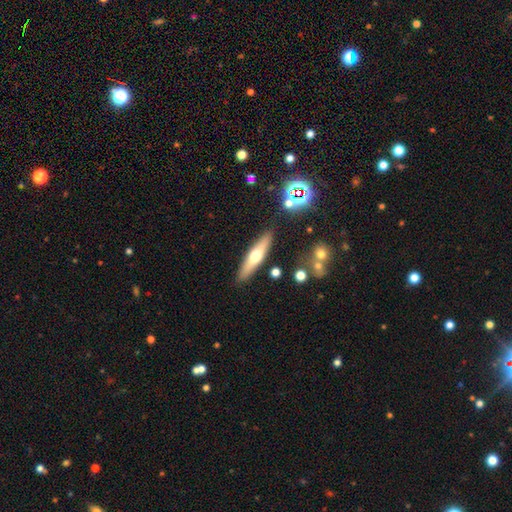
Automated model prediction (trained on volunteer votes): This appears to be a featured or disk galaxy (48%). Merging: none (88%).